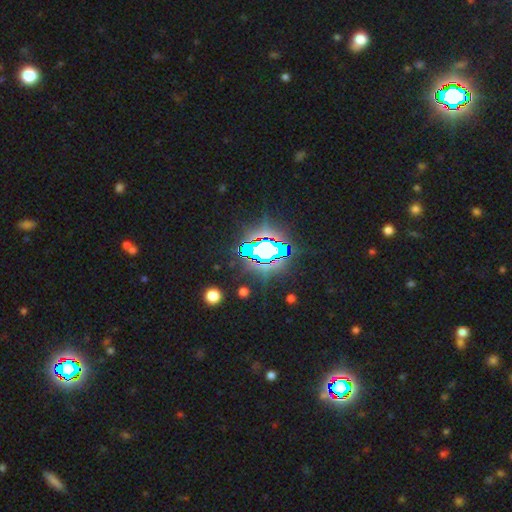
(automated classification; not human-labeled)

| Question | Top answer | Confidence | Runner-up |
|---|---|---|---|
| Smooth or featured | star or artifact | 79% | smooth (12%) |